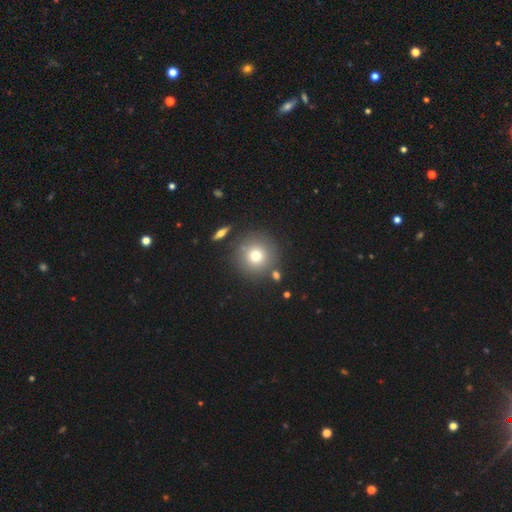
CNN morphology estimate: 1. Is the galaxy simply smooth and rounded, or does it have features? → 74% smooth, 13% featured or disk, 13% star or artifact.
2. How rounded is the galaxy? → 95% round, 4% in between, 1% cigar-shaped.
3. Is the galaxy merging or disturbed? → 82% none, 8% minor disturbance, 7% merger, 3% major disturbance.